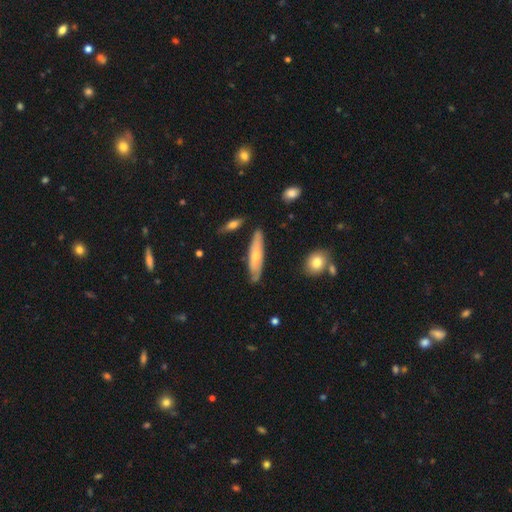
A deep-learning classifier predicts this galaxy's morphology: Smooth or featured? Predicted: smooth (p=0.51). How rounded? Predicted: cigar-shaped (p=0.74). Merging? Predicted: none (p=0.77).